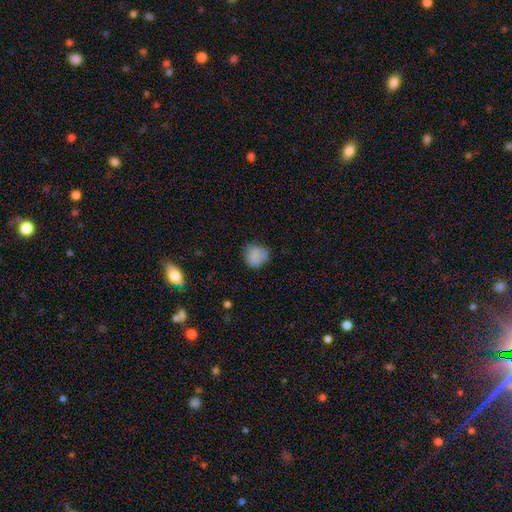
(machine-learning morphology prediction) This is clearly a smooth galaxy (82%). How rounded: clearly round (85%). Merging: likely none (71%).